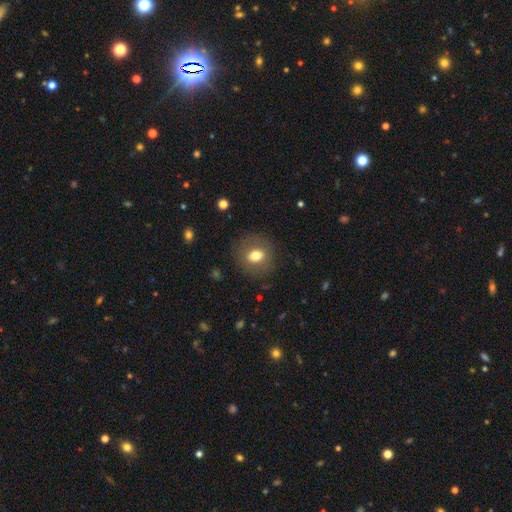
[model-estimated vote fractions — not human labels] A smooth galaxy with no disk features (72%) that is round (65%). Merging: none (83%).